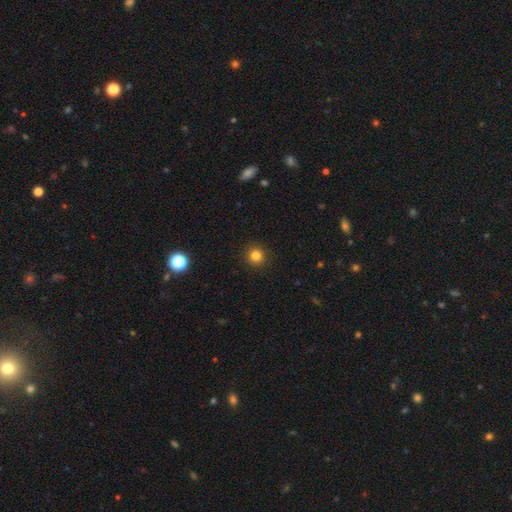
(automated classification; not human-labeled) A smooth galaxy with no disk features (82%) that is round (94%).

Vote fractions:
- Smooth or featured? smooth: 82% / star or artifact: 13% / featured or disk: 5%
- How rounded? round: 94% / in between: 5% / cigar-shaped: 1%
- Merging? none: 92% / minor disturbance: 5% / major disturbance: 2% / merger: 1%